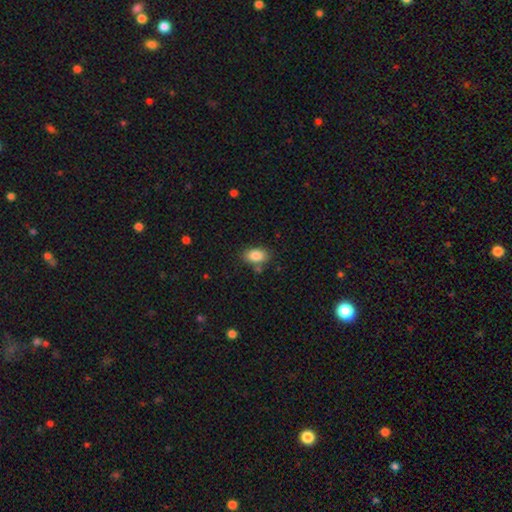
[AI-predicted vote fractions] Overall: smooth (86%). How rounded: in between (89%). Merging: none (78%).